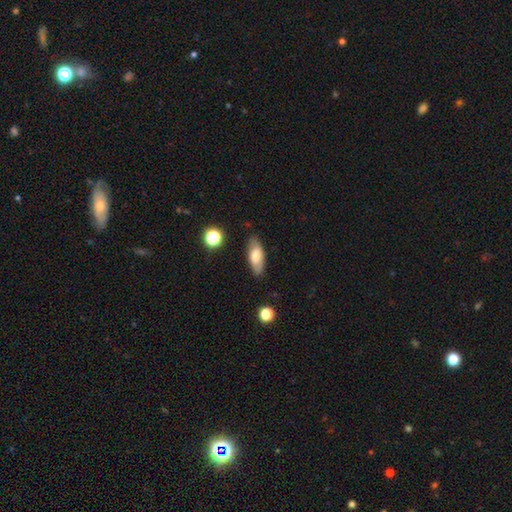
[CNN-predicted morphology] Overall: smooth (69%). How rounded: in between (79%). Merging: none (83%).